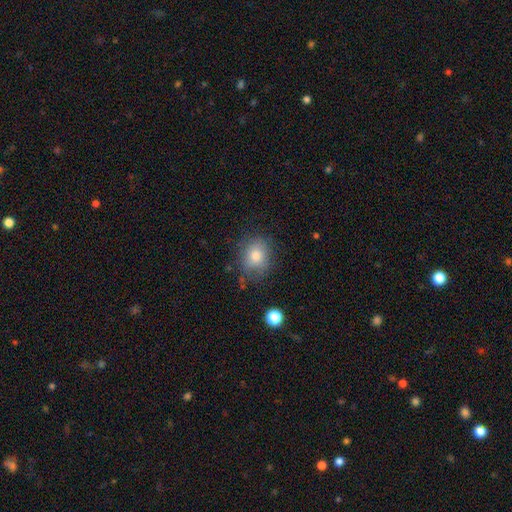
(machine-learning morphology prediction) Smooth or featured: smooth — 80% (star or artifact — 10%)
How rounded: round — 61% (in between — 38%)
Merging: none — 74% (minor disturbance — 18%)